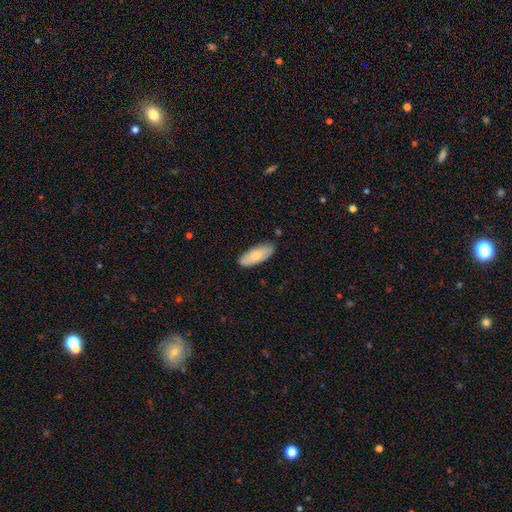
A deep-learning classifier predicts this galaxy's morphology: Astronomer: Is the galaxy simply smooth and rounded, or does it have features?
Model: smooth — 77%.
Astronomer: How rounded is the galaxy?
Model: in between — 76%.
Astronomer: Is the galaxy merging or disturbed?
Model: none — 84%.